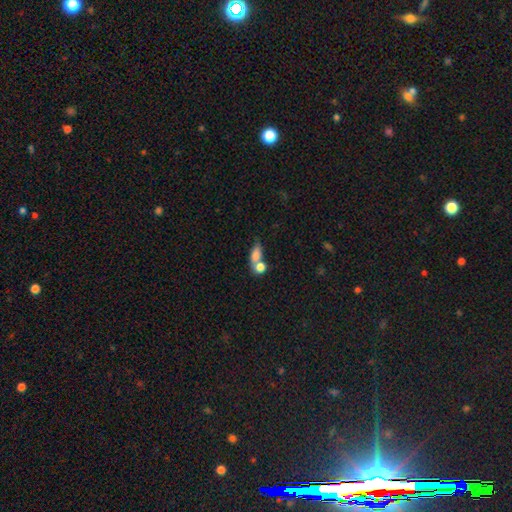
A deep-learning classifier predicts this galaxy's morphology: Smooth or featured?
  - smooth: 78% *
  - featured or disk: 13%
  - star or artifact: 9%
How rounded?
  - in between: 67% *
  - round: 22%
  - cigar-shaped: 11%
Merging?
  - merger: 52% *
  - none: 31%
  - minor disturbance: 10%
  - major disturbance: 6%